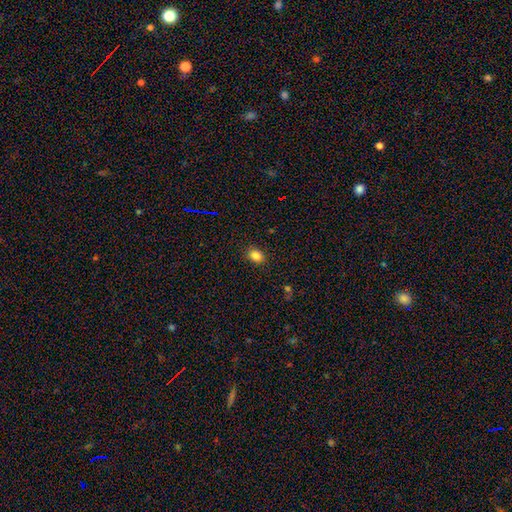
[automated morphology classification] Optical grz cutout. It shows a smooth galaxy with no disk features (84%) that is in between round and cigar-shaped (68%). Merging: none (87%).